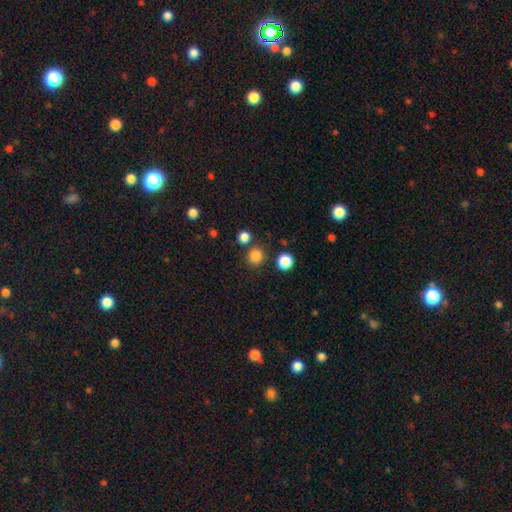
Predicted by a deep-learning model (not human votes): Overall: smooth (83%). How rounded: round (88%). Merging: none (82%).